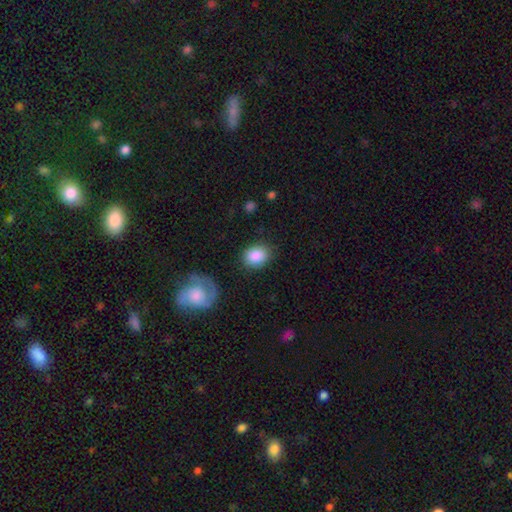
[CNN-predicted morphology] smooth_or_featured: smooth (p=0.87) [alt: star or artifact p=0.07]
how_rounded: in between (p=0.56) [alt: round p=0.43]
merging: none (p=0.80) [alt: minor disturbance p=0.13]